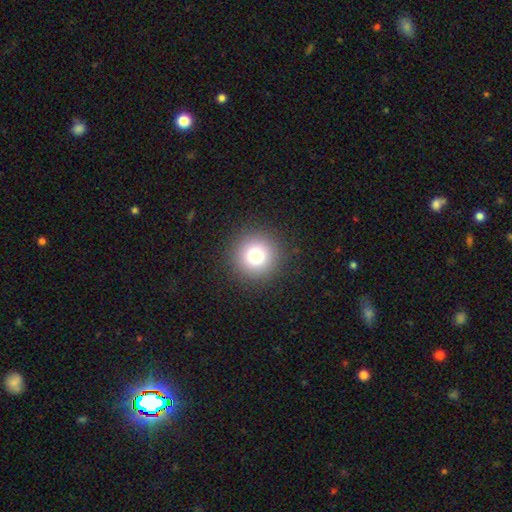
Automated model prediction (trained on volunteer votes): Morphology: type=smooth (78%); roundness=round (96%); merging=none (92%).